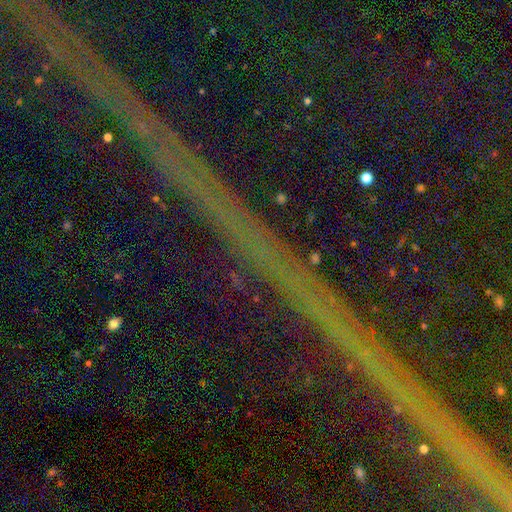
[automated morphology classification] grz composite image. It shows a star or artifact, not a galaxy (82%).